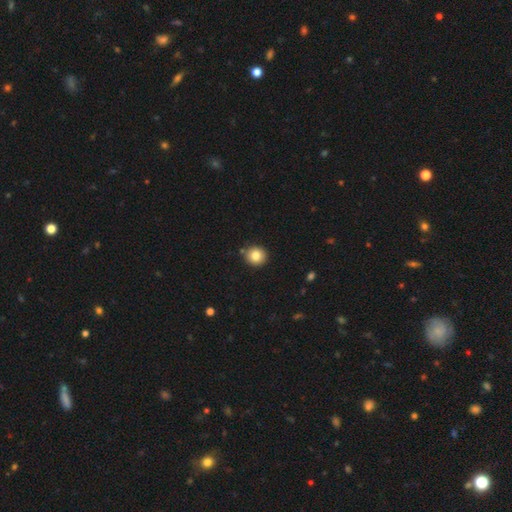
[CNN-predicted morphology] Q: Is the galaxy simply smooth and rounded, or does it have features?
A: smooth — 81%.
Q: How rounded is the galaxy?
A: round — 90%.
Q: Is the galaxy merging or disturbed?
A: none — 86%.